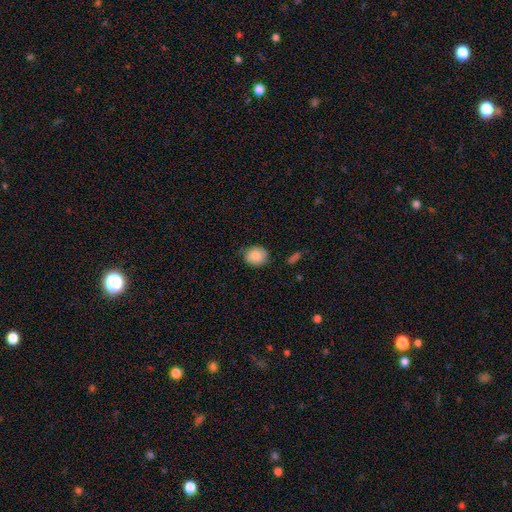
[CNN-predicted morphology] smooth-or-featured: smooth: 79% | featured or disk: 13% | star or artifact: 8%
  how-rounded: round: 68% | in between: 31% | cigar-shaped: 1%
  merging: none: 76% | minor disturbance: 19% | major disturbance: 4% | merger: 2%